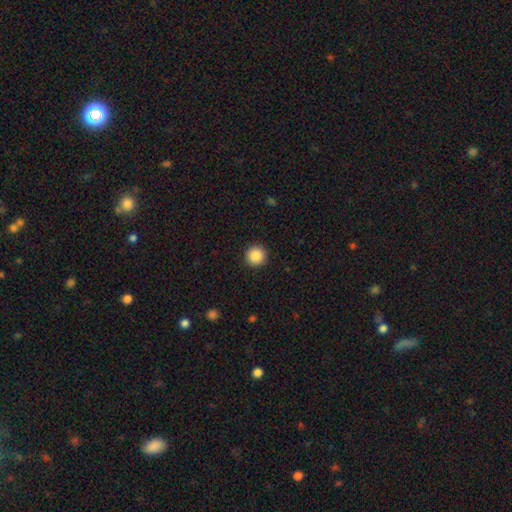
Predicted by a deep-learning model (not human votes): Q: Smooth or featured?
A: smooth (88%); runner-up: star or artifact (9%)
Q: How rounded?
A: round (96%); runner-up: in between (3%)
Q: Merging?
A: none (93%); runner-up: minor disturbance (5%)